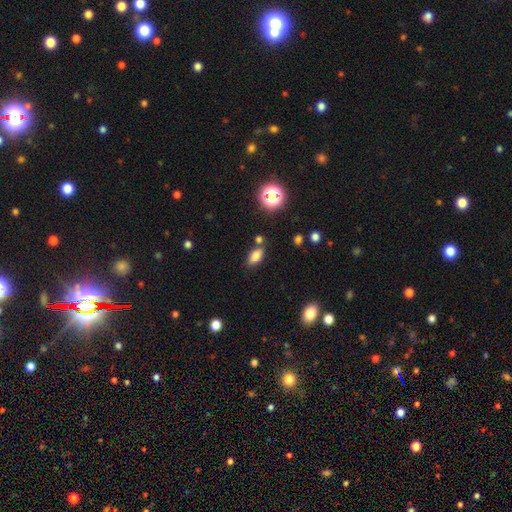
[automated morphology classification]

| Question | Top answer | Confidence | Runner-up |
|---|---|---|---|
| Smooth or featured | smooth | 80% | star or artifact (12%) |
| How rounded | in between | 87% | round (7%) |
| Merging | none | 73% | minor disturbance (14%) |